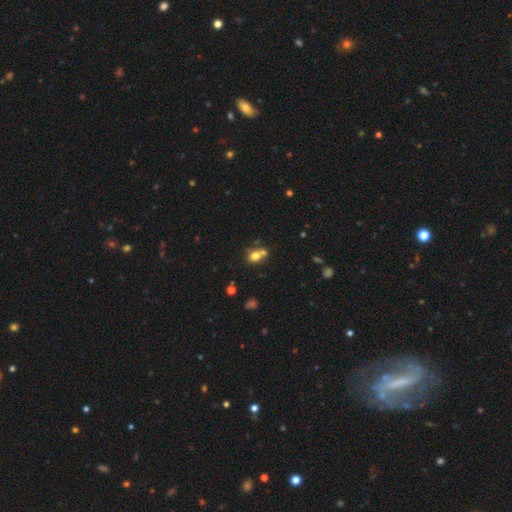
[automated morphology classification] The model was most divided on "how rounded" (2-way tie): round: 49%, in between: 49%, cigar-shaped: 2%. Remaining: smooth or featured — smooth (72%); merging — merger (44%).